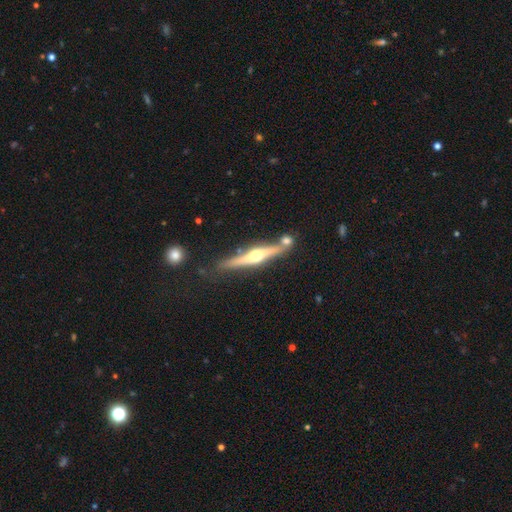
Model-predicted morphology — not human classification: This is likely a featured or disk galaxy (75%). It is clearly viewed edge-on (97%). Edge-on bulge: clearly rounded (95%). Merging: likely none (70%).